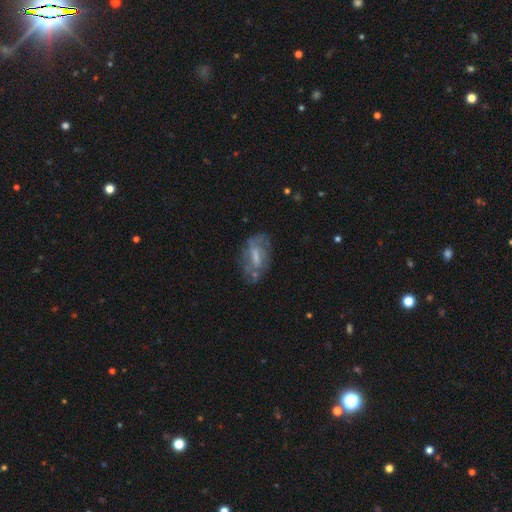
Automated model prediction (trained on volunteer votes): featured or disk 57%, smooth 34%, star or artifact 8%. Down the decision tree: edge-on disk — no (91%); bar — weak (48%); spiral arms — yes (53%); bulge size — moderate (36%); merging — none (55%).